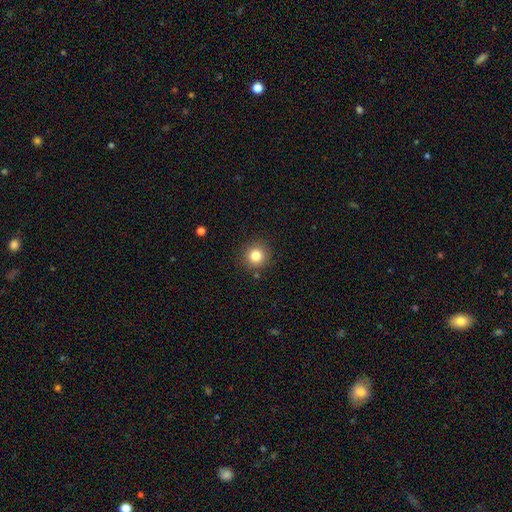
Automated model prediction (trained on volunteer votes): smooth 82%, star or artifact 12%, featured or disk 7%. Down the decision tree: how rounded — round (93%); merging — none (89%).